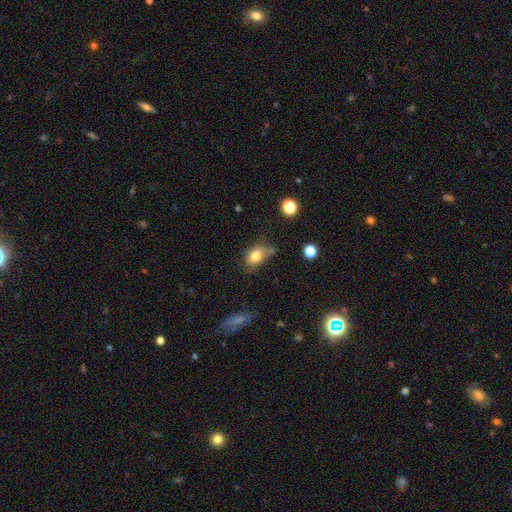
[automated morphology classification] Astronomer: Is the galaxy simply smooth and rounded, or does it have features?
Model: smooth — 77%.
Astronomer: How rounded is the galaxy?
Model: in between — 79%.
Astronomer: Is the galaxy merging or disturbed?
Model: none — 44% (runner-up: minor disturbance, 34%).